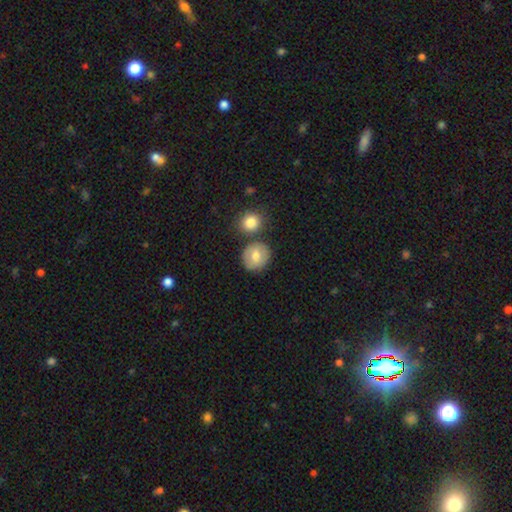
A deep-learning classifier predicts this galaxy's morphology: This is likely a smooth galaxy (70%). How rounded: clearly round (84%). Merging: likely none (71%).